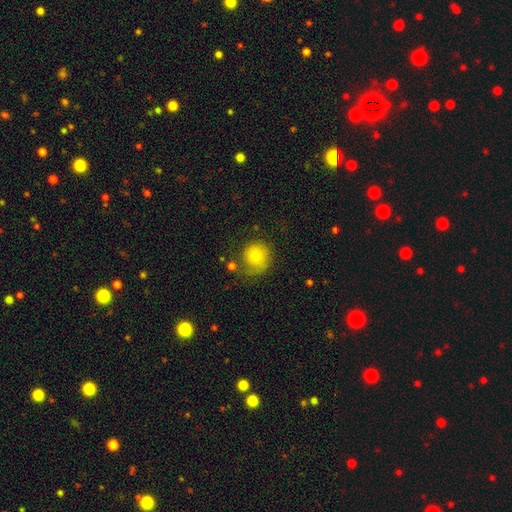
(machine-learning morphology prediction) A smooth galaxy with no disk features (76%) that is round (89%).

Vote fractions:
- Smooth or featured? smooth: 76% / featured or disk: 15% / star or artifact: 9%
- How rounded? round: 89% / in between: 10% / cigar-shaped: 1%
- Merging? none: 61% / minor disturbance: 22% / major disturbance: 12% / merger: 5%